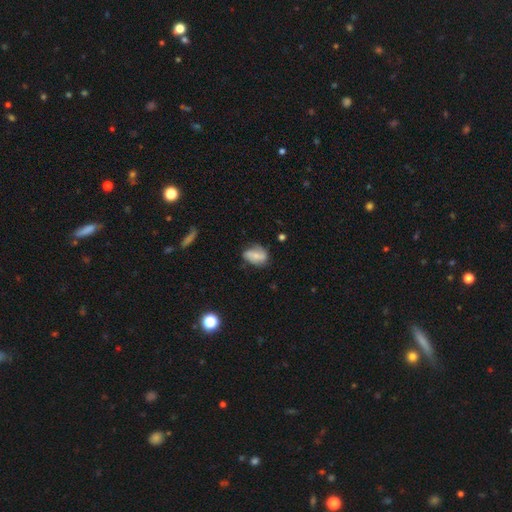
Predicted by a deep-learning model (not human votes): A smooth galaxy with no disk features (50%) that is in between round and cigar-shaped (80%).

Vote fractions:
- Smooth or featured? smooth: 50% / featured or disk: 41% / star or artifact: 9%
- How rounded? in between: 80% / round: 16% / cigar-shaped: 4%
- Merging? none: 59% / minor disturbance: 29% / major disturbance: 9% / merger: 4%